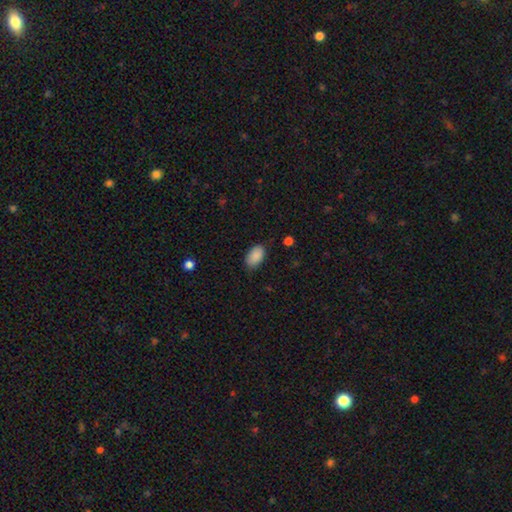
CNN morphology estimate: smooth-or-featured: smooth: 89% | star or artifact: 7% | featured or disk: 4%
  how-rounded: in between: 93% | round: 5% | cigar-shaped: 1%
  merging: none: 82% | minor disturbance: 14% | major disturbance: 3% | merger: 1%